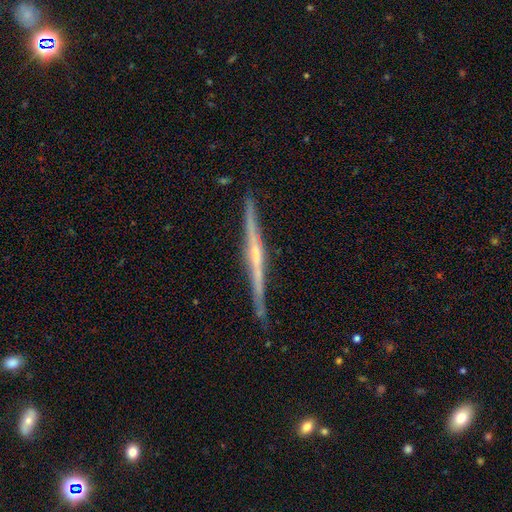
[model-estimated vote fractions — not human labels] Morphology: type=featured or disk (81%); edge-on=yes (98%); edge-on bulge=rounded (54%); merging=none (87%).